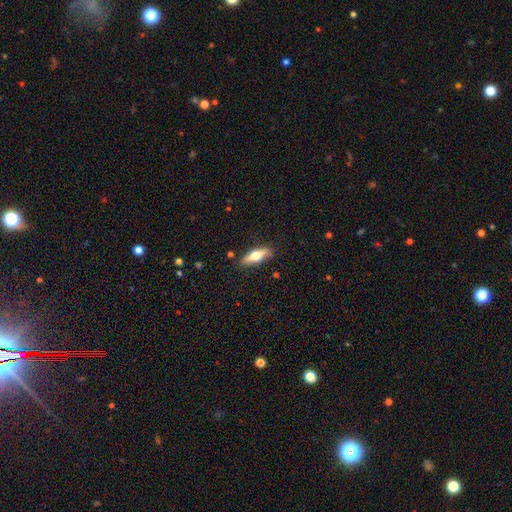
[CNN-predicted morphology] Smooth or featured: smooth — 53% (featured or disk — 41%)
How rounded: cigar-shaped — 49% (in between — 48%)
Merging: none — 80% (minor disturbance — 15%)